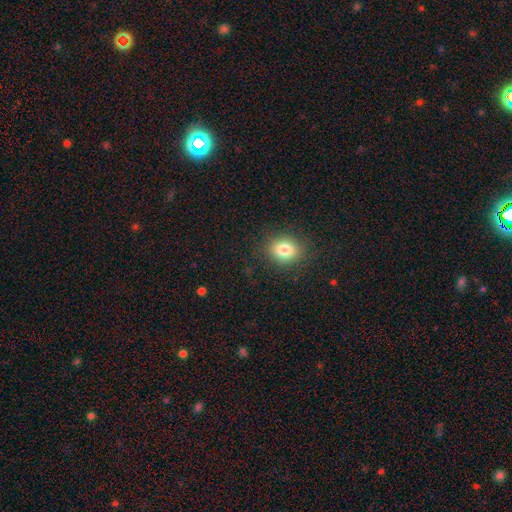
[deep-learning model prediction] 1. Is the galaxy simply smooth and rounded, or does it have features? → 76% smooth, 18% star or artifact, 6% featured or disk.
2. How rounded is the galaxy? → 63% round, 36% in between, 1% cigar-shaped.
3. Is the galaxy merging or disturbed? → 91% none, 6% minor disturbance, 2% major disturbance, 1% merger.